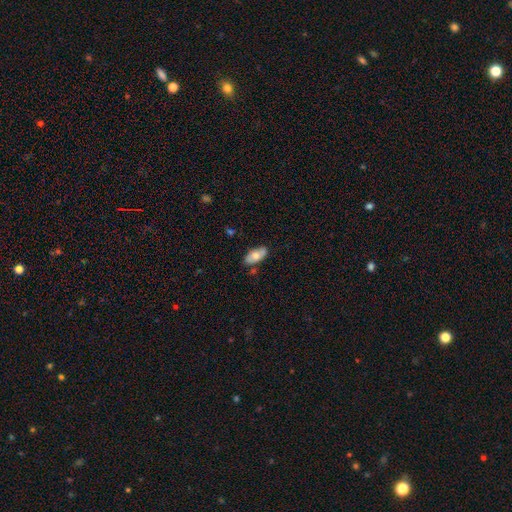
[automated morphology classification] smooth-or-featured: smooth: 67% | featured or disk: 27% | star or artifact: 6%
  how-rounded: in between: 91% | cigar-shaped: 6% | round: 3%
  merging: none: 80% | minor disturbance: 15% | major disturbance: 3% | merger: 3%